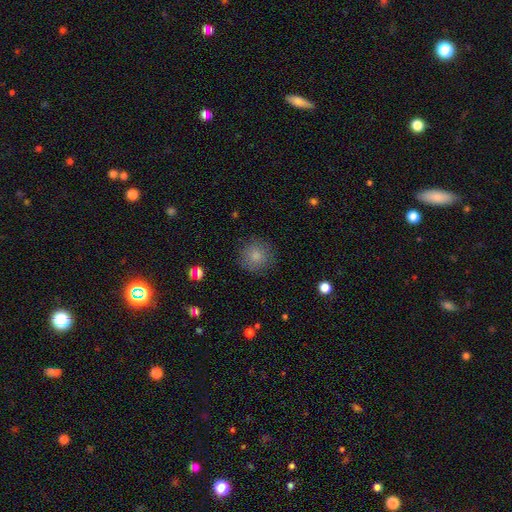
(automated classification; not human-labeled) Q: Smooth or featured?
A: smooth (83%); runner-up: star or artifact (10%)
Q: How rounded?
A: round (93%); runner-up: in between (6%)
Q: Merging?
A: none (86%); runner-up: minor disturbance (9%)